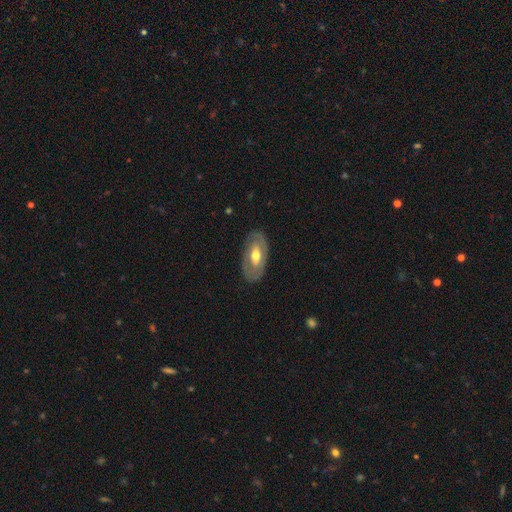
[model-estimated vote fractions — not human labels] This is possibly a featured or disk galaxy (58%). It is clearly not viewed edge-on (87%). Bar: possibly no (54%). Spiral arm pattern: likely no (70%). Central bulge: likely moderate (72%). Merging: clearly none (83%).